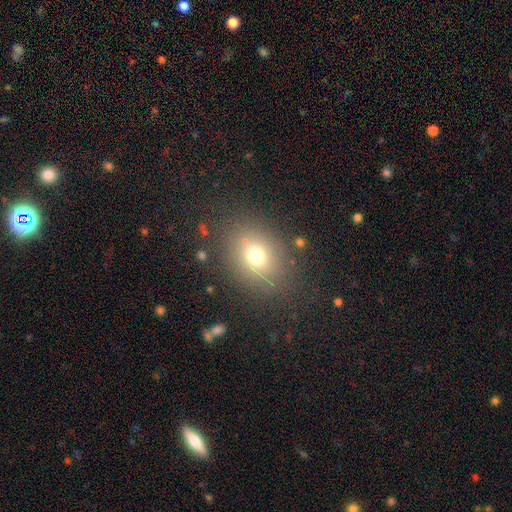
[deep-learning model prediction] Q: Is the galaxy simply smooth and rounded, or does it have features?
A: smooth — 71%.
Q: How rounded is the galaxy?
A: round — 51%.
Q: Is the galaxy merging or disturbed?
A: none — 81%.